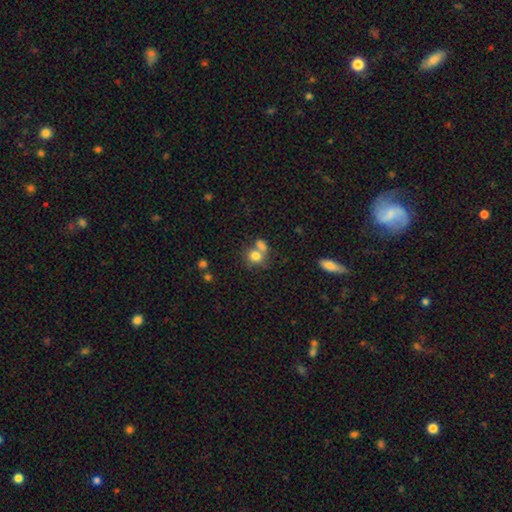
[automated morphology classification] A smooth galaxy with no disk features (78%) that is round (65%).

Vote fractions:
- Smooth or featured? smooth: 78% / featured or disk: 11% / star or artifact: 11%
- How rounded? round: 65% / in between: 34% / cigar-shaped: 1%
- Merging? merger: 45% / none: 38% / minor disturbance: 11% / major disturbance: 6%